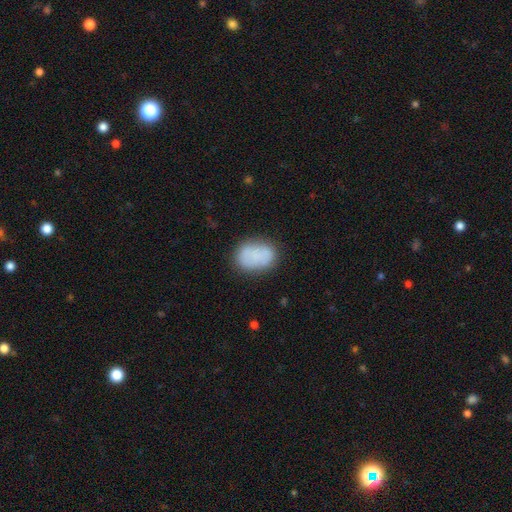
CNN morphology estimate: Smooth or featured: smooth — 79% (featured or disk — 13%)
How rounded: in between — 79% (round — 20%)
Merging: none — 72% (minor disturbance — 19%)